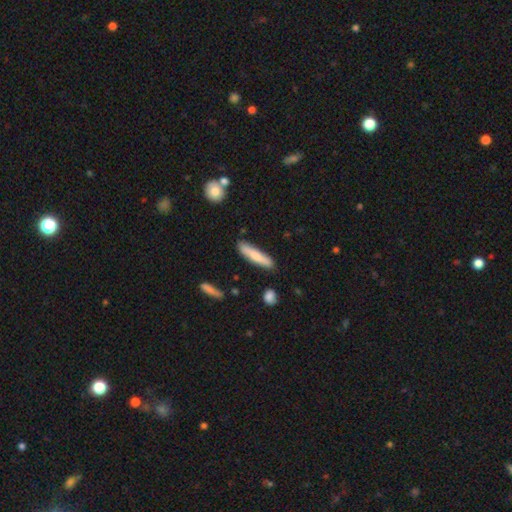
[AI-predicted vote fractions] A smooth galaxy with no disk features (72%) that is cigar-shaped (83%).

Vote fractions:
- Smooth or featured? smooth: 72% / featured or disk: 22% / star or artifact: 6%
- How rounded? cigar-shaped: 83% / in between: 15% / round: 1%
- Merging? none: 83% / minor disturbance: 12% / merger: 3% / major disturbance: 2%